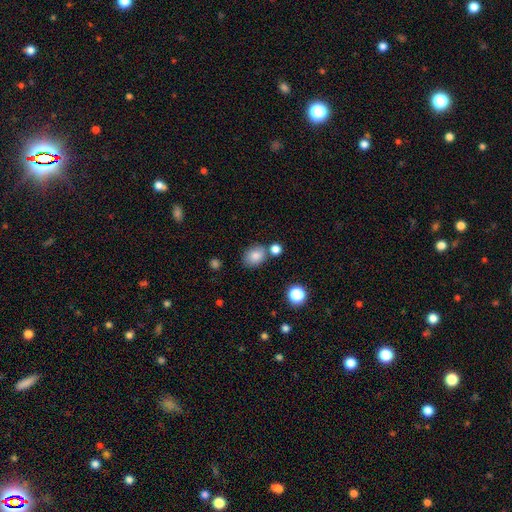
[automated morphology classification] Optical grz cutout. It shows a smooth galaxy with no disk features (82%) that is in between round and cigar-shaped (62%). Merging: none (68%).